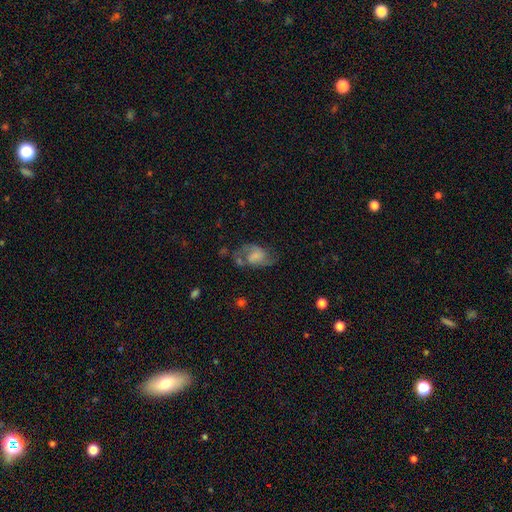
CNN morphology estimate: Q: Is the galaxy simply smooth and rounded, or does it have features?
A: featured or disk — 65%.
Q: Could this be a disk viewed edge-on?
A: no — 97%.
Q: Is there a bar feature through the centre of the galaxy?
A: no — 49%.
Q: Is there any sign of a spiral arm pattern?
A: yes — 87%.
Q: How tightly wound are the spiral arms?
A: medium — 46%.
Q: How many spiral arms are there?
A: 2 — 84%.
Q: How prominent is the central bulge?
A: none — 34%.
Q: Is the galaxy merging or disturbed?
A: none — 48%.